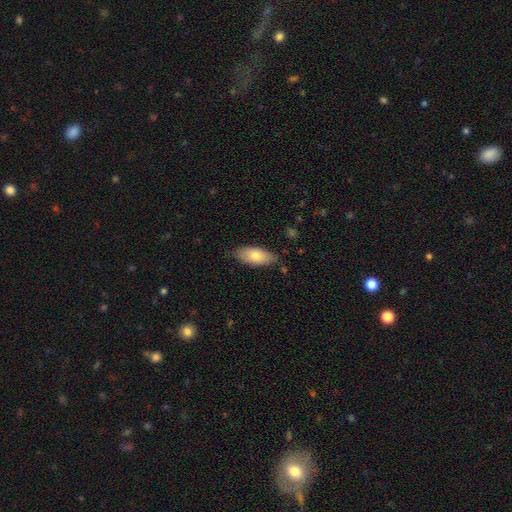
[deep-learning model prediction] The model was most divided on "merging": none: 78%, minor disturbance: 18%, major disturbance: 3%, merger: 2%. More confident: how rounded — in between (88%); smooth or featured — smooth (78%).